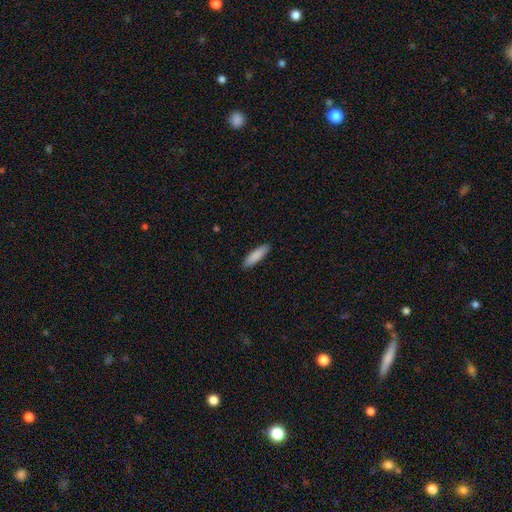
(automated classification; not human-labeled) Smooth or featured: smooth — 88% (featured or disk — 7%)
How rounded: cigar-shaped — 65% (in between — 34%)
Merging: none — 90% (minor disturbance — 8%)